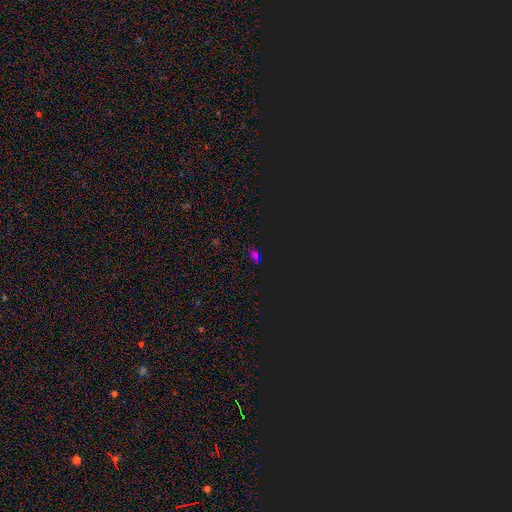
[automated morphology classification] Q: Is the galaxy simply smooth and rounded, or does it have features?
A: star or artifact — 55%.